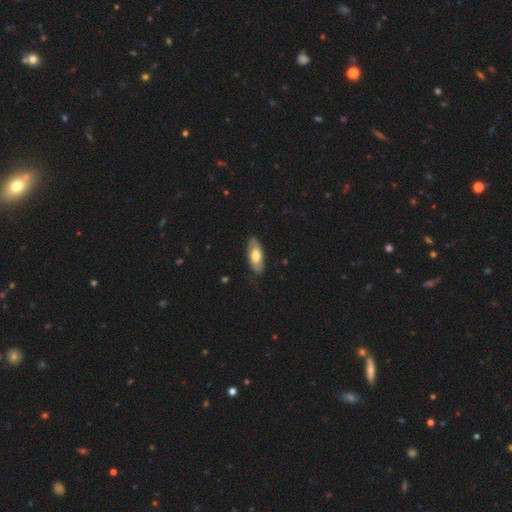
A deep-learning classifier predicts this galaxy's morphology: Smooth or featured? Predicted: smooth (p=0.59). How rounded? Predicted: in between (p=0.85). Merging? Predicted: none (p=0.77).